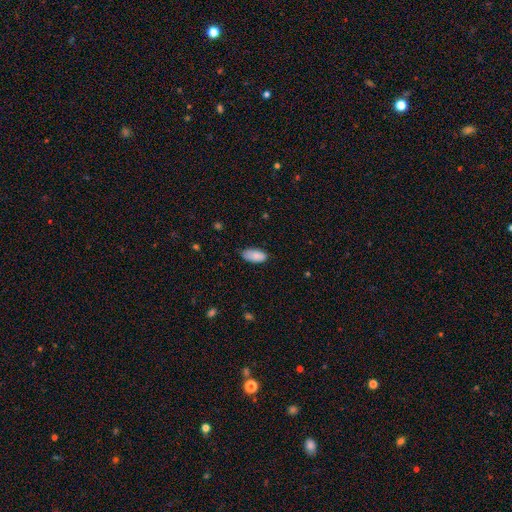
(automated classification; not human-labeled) Overall: smooth (87%). How rounded: in between (92%). Merging: none (72%).